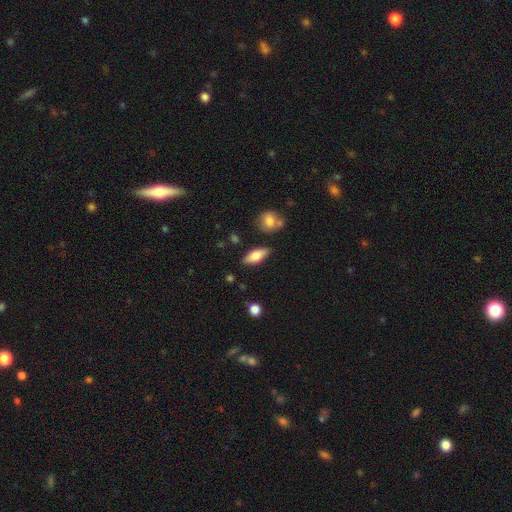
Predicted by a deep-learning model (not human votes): smooth_or_featured: smooth (p=0.67) [alt: featured or disk p=0.26]
how_rounded: in between (p=0.77) [alt: cigar-shaped p=0.20]
merging: none (p=0.81) [alt: minor disturbance p=0.12]